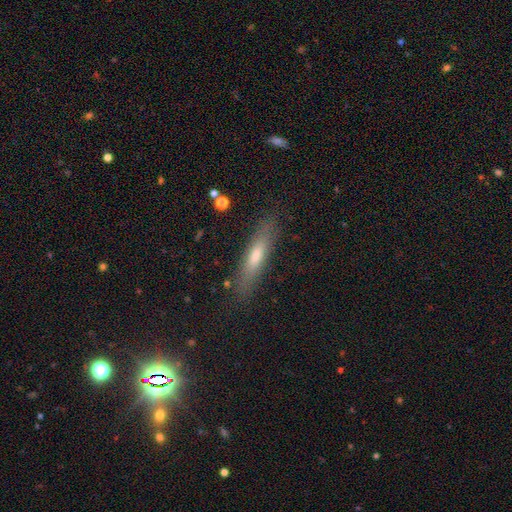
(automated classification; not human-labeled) Smooth or featured: smooth — 60% (featured or disk — 32%)
How rounded: cigar-shaped — 80% (in between — 18%)
Merging: none — 85% (minor disturbance — 10%)